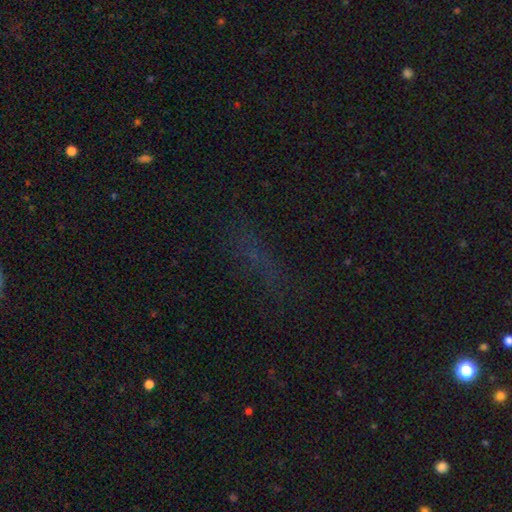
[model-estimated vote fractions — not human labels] smooth_or_featured: star or artifact (p=0.54) [alt: smooth p=0.30]